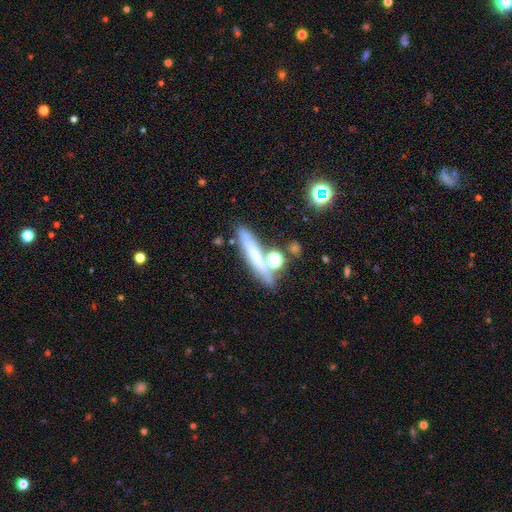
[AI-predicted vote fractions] Smooth or featured? smooth (53%)
How rounded? cigar-shaped (73%)
Merging? none (64%)